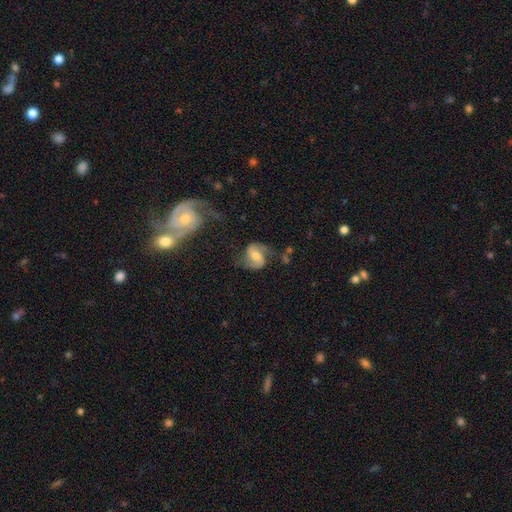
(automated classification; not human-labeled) Smooth or featured? featured or disk (72%)
Edge-on disk? no (98%)
Bar? weak (47%)
Spiral arms? yes (93%)
Spiral winding? medium (46%)
Spiral arm count? 2 (90%)
Bulge size? moderate (50%)
Merging? none (63%)